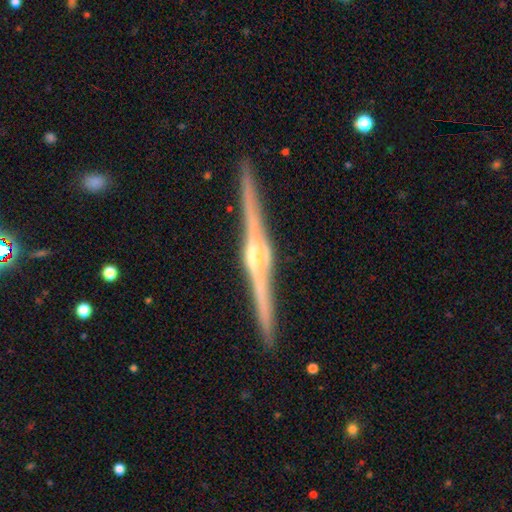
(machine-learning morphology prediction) Smooth or featured? Predicted: featured or disk (p=0.90). Edge-on disk? Predicted: yes (p=0.99). Edge-on bulge? Predicted: rounded (p=0.79). Merging? Predicted: none (p=0.93).